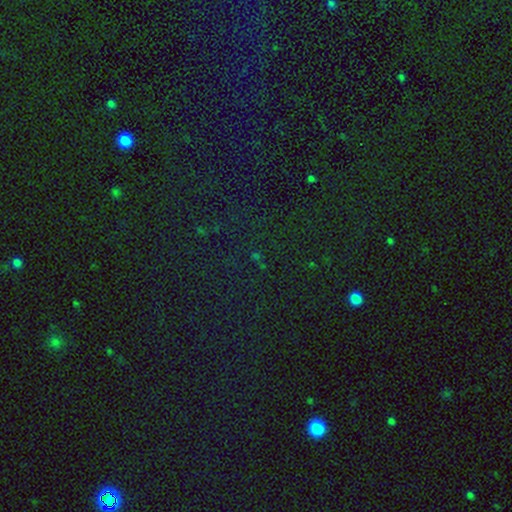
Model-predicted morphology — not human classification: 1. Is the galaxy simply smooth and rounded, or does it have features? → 69% star or artifact, 23% smooth, 8% featured or disk.